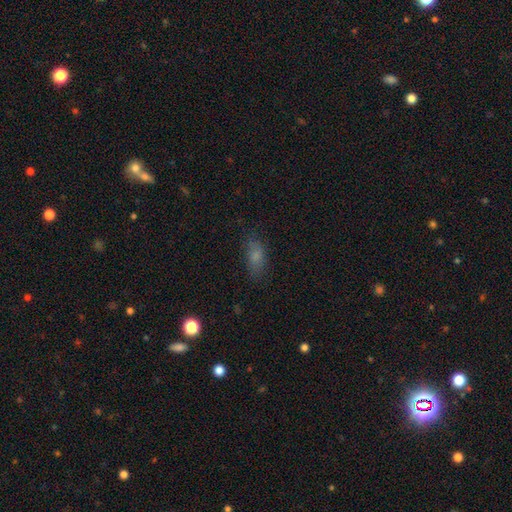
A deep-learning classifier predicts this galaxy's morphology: This appears to be a smooth galaxy with no disk features (74%) that is in between round and cigar-shaped (82%). Merging: none (72%).